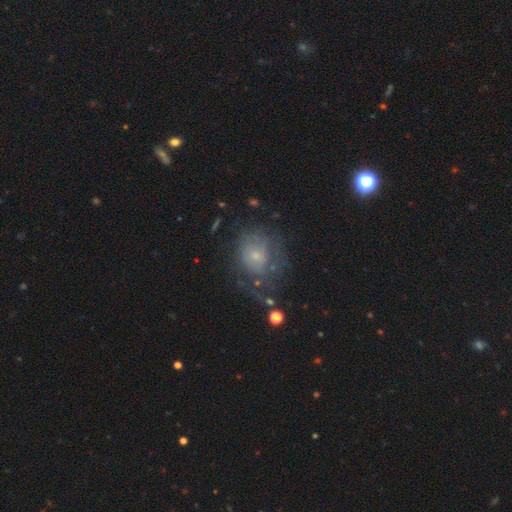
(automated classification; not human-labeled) Overall: featured or disk (52%; smooth 36%). Edge-on disk: no (97%). Bar: no (79%). Spiral arms: yes (60%; no 40%). Bulge size: small (65%). Merging: none (45%; major disturbance 28%).